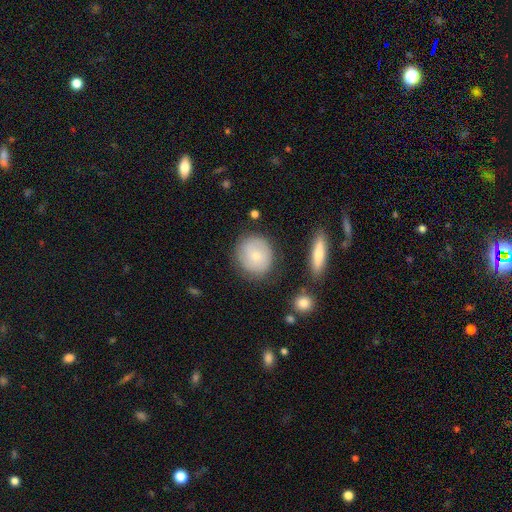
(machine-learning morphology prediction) smooth 64%, featured or disk 29%, star or artifact 7%. Down the decision tree: how rounded — round (86%); merging — none (79%).